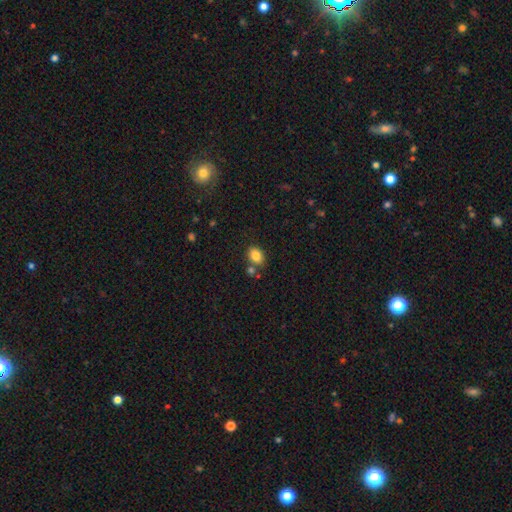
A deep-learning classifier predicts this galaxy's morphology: smooth-or-featured: smooth: 83% | star or artifact: 10% | featured or disk: 7%
  how-rounded: in between: 69% | round: 30% | cigar-shaped: 1%
  merging: none: 73% | minor disturbance: 12% | merger: 12% | major disturbance: 3%